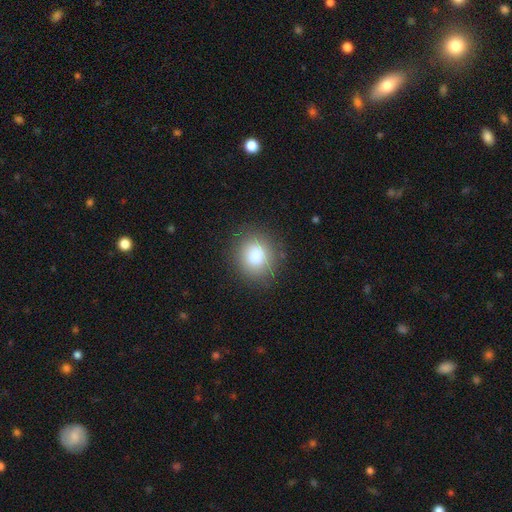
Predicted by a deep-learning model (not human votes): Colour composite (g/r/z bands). It shows a smooth galaxy with no disk features (84%) that is round (75%). Merging: none (84%).